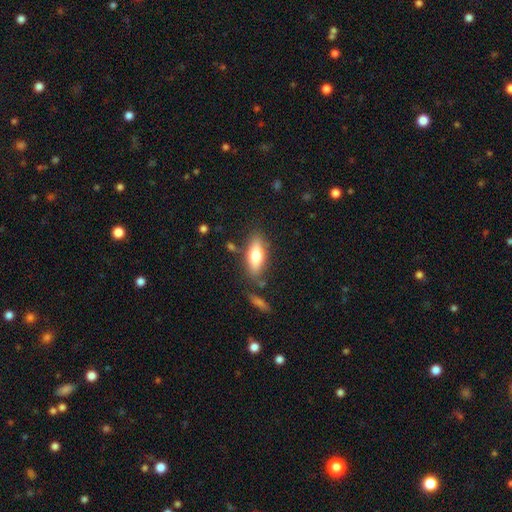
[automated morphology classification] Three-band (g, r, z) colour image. It shows a smooth galaxy with no disk features (66%) that is in between round and cigar-shaped (68%). Merging: none (77%).